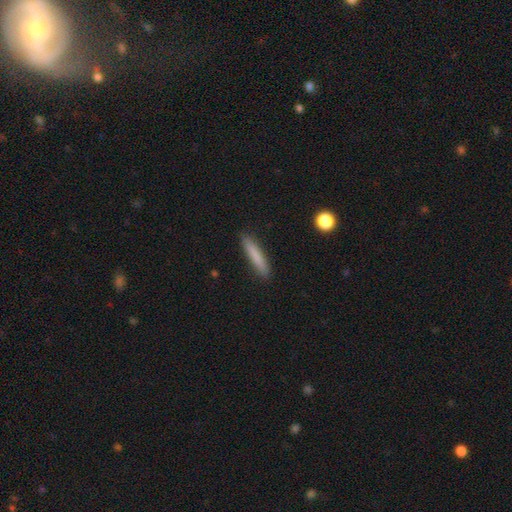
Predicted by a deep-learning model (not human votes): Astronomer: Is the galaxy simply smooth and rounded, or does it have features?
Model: smooth — 80%.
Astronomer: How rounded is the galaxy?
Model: cigar-shaped — 91%.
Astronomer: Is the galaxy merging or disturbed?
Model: none — 89%.